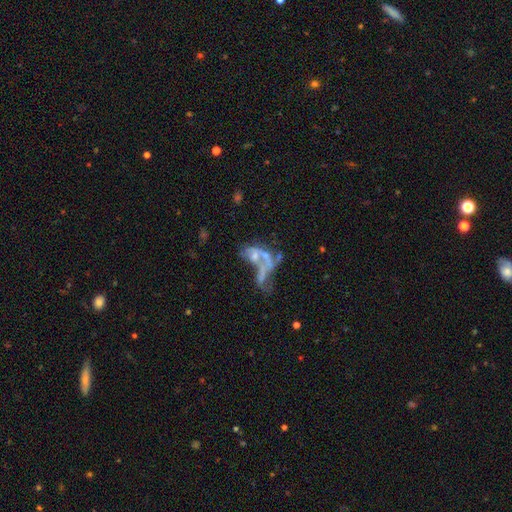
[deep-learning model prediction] A featured or disk galaxy (56%) with no bar (85%), no spiral arms (78%) and no central bulge (50%).

Vote fractions:
- Smooth or featured? featured or disk: 56% / smooth: 23% / star or artifact: 21%
- Edge-on disk? no: 92% / yes: 8%
- Bar? no: 85% / weak: 11% / strong: 5%
- Spiral arms? no: 78% / yes: 22%
- Bulge size? none: 50% / small: 27% / moderate: 19% / large: 3% / dominant: 2%
- Merging? merger: 53% / major disturbance: 24% / none: 16% / minor disturbance: 8%